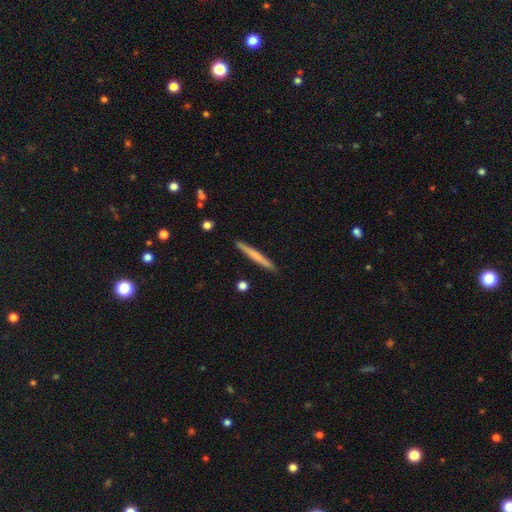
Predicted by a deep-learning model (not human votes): Smooth or featured: smooth — 63% (featured or disk — 32%)
How rounded: cigar-shaped — 97% (in between — 2%)
Merging: none — 91% (minor disturbance — 6%)